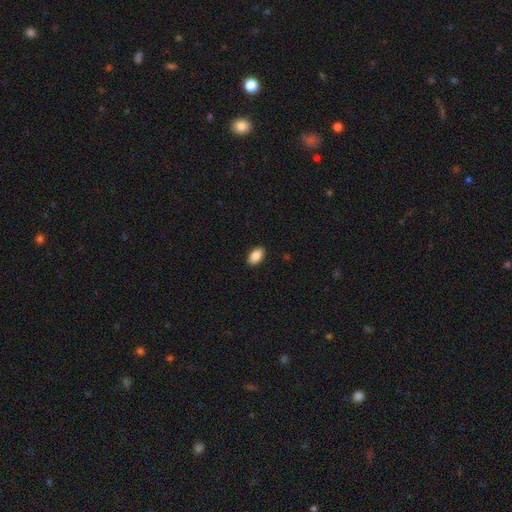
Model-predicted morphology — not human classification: Smooth or featured: smooth — 87% (star or artifact — 7%)
How rounded: in between — 93% (round — 5%)
Merging: none — 90% (minor disturbance — 7%)